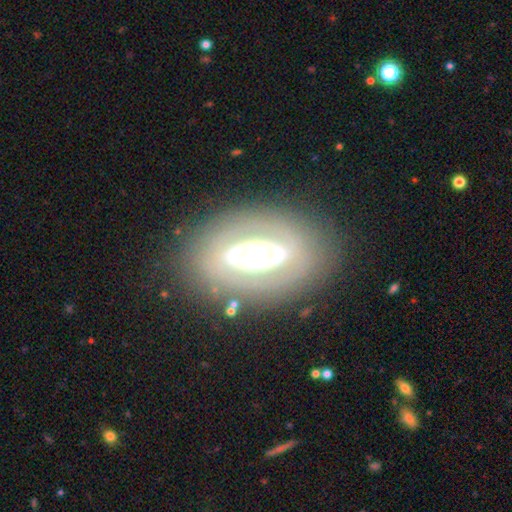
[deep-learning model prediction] featured or disk 66%, smooth 26%, star or artifact 8%. Down the decision tree: edge-on disk — no (91%); bar — no (69%); spiral arms — no (79%); bulge size — large (42%); merging — none (79%).